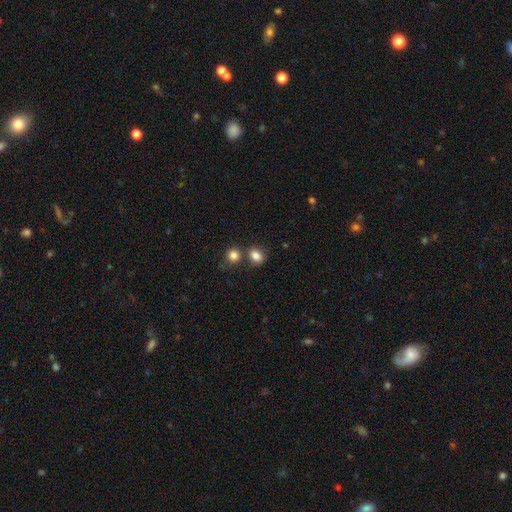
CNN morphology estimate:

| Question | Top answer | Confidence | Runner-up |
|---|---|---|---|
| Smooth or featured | smooth | 83% | star or artifact (11%) |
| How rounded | round | 57% | in between (42%) |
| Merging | none | 63% | merger (23%) |